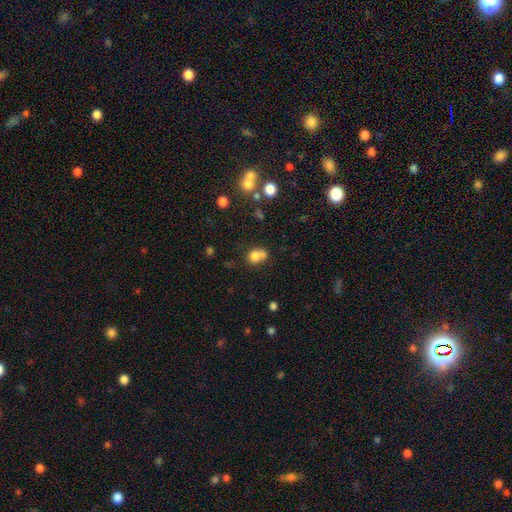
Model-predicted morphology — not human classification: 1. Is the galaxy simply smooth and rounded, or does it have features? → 75% smooth, 13% star or artifact, 12% featured or disk.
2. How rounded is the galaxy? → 65% round, 34% in between, 1% cigar-shaped.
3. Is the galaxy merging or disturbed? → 45% merger, 38% none, 12% minor disturbance, 5% major disturbance.